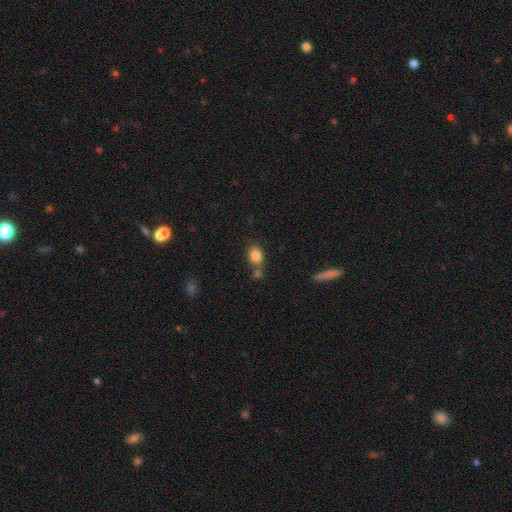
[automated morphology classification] A smooth galaxy with no disk features (83%) that is in between round and cigar-shaped (63%). Merging: none (57%).